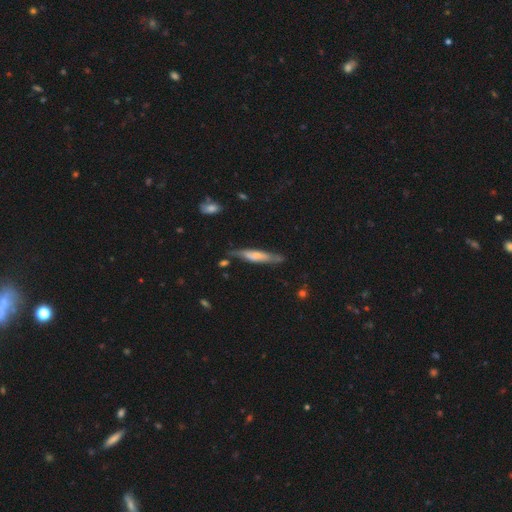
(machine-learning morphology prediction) Q: Smooth or featured?
A: smooth (52%); runner-up: featured or disk (42%)
Q: How rounded?
A: cigar-shaped (84%); runner-up: in between (14%)
Q: Merging?
A: none (65%); runner-up: minor disturbance (24%)